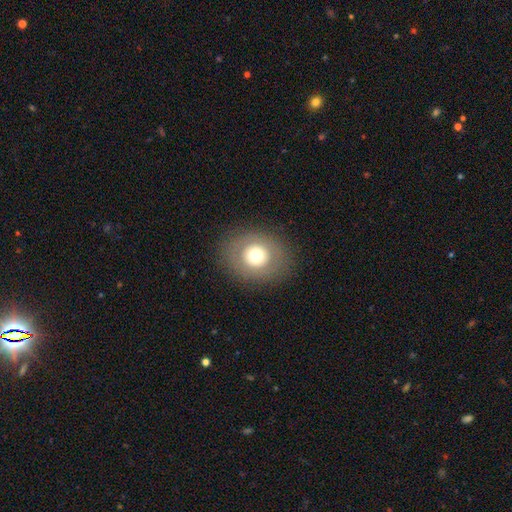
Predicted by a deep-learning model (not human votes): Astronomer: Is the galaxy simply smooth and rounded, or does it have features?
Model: smooth — 63%.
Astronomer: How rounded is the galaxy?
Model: round — 67%.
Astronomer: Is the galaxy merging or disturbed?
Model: none — 85%.